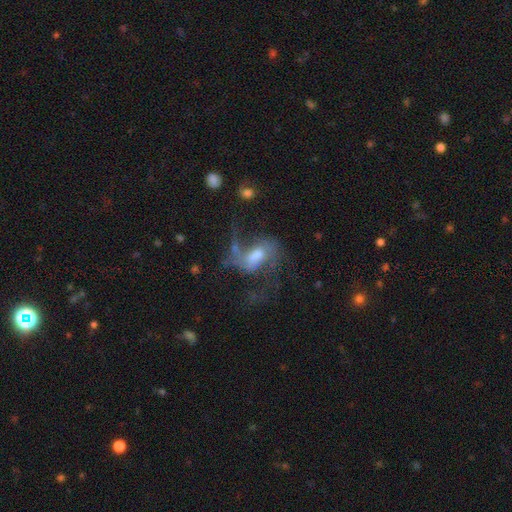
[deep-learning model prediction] This is likely a featured or disk galaxy (77%). It is clearly not viewed edge-on (96%). Bar: possibly weak (53%). Spiral arm pattern: clearly yes (90%). Spiral arm count: likely 2 (78%). Spiral winding: likely loose (61%). Central bulge: possibly moderate (54%). Merging: marginally none (44%).